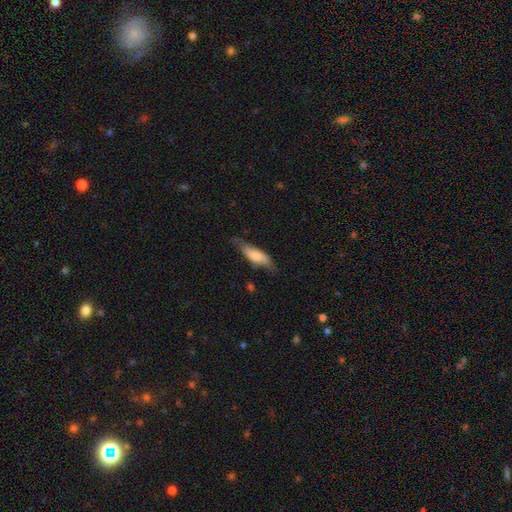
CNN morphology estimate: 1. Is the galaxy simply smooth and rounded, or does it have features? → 69% smooth, 25% featured or disk, 6% star or artifact.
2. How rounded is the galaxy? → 50% in between, 48% cigar-shaped, 2% round.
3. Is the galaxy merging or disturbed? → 57% none, 31% minor disturbance, 9% major disturbance, 2% merger.